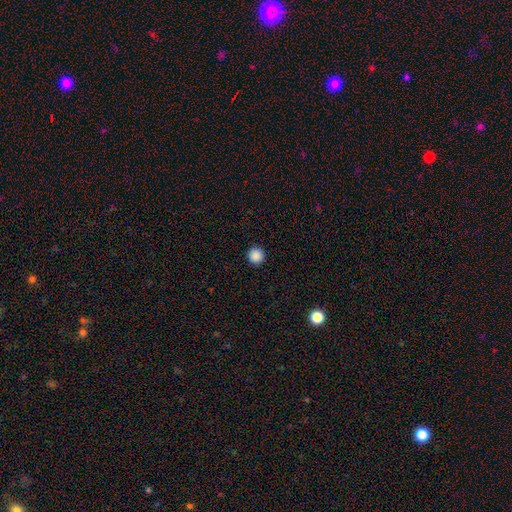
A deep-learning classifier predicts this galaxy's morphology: type=smooth (88%); roundness=round (96%); merging=none (93%).